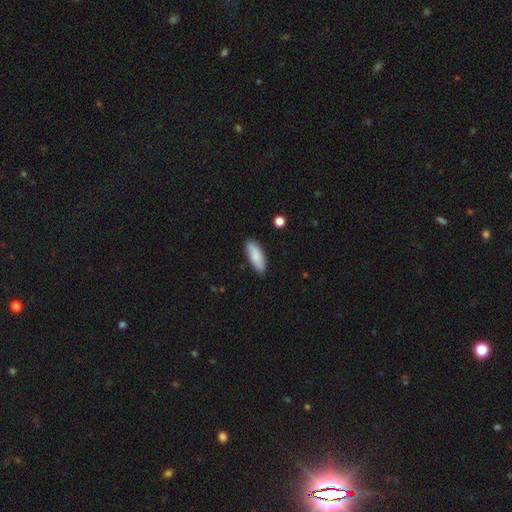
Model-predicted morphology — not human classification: A smooth galaxy with no disk features (84%) that is in between round and cigar-shaped (70%). Merging: none (83%).